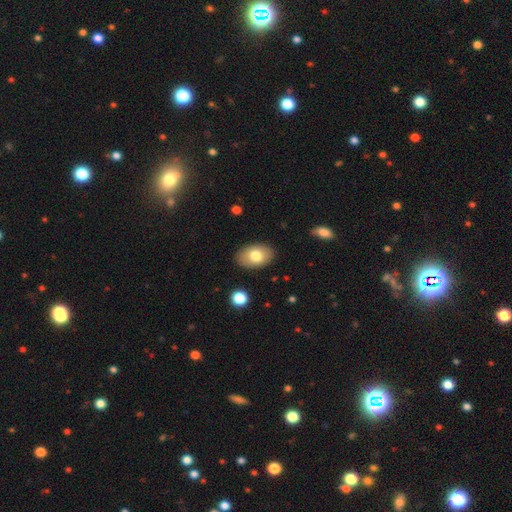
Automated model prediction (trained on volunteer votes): Q: Smooth or featured?
A: smooth (76%); runner-up: featured or disk (17%)
Q: How rounded?
A: in between (88%); runner-up: round (11%)
Q: Merging?
A: none (87%); runner-up: minor disturbance (9%)